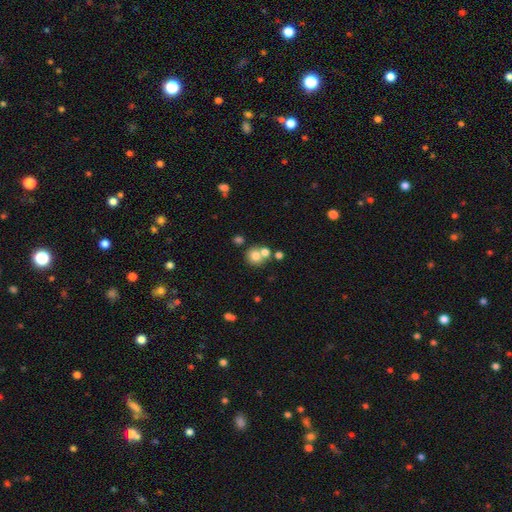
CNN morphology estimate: Smooth or featured?
  - smooth: 73% *
  - featured or disk: 14%
  - star or artifact: 12%
How rounded?
  - round: 81% *
  - in between: 18%
  - cigar-shaped: 1%
Merging?
  - none: 46% *
  - merger: 42%
  - minor disturbance: 8%
  - major disturbance: 4%